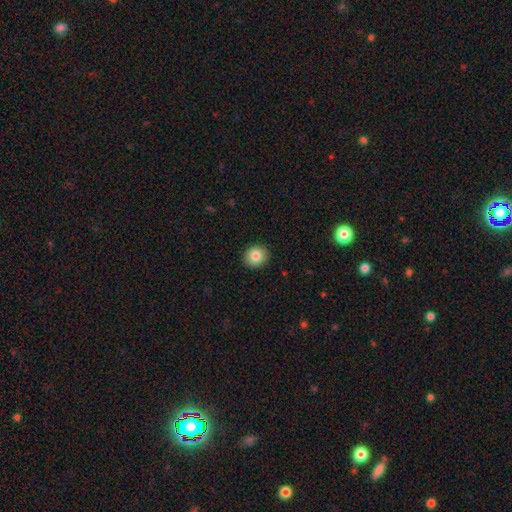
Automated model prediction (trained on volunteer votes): This appears to be a smooth galaxy with no disk features (83%) that is round (82%). Merging: none (91%).